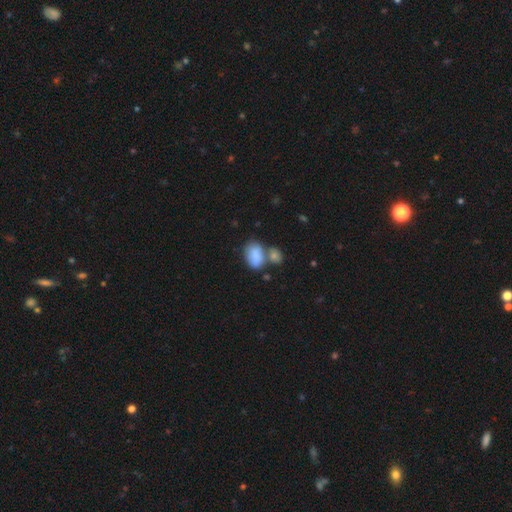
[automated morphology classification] smooth_or_featured: smooth (p=0.84) [alt: featured or disk p=0.09]
how_rounded: in between (p=0.89) [alt: round p=0.10]
merging: merger (p=0.44) [alt: none p=0.36]